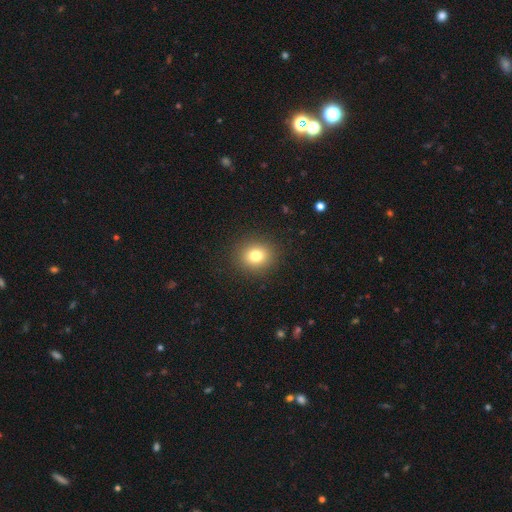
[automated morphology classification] The model was most divided on "how rounded": round: 79%, in between: 20%, cigar-shaped: 1%. More confident: merging — none (90%); smooth or featured — smooth (79%).